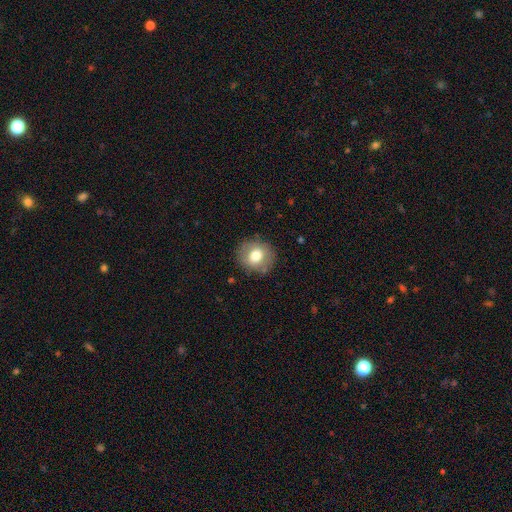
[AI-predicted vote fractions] Morphology: type=smooth (73%); roundness=round (83%); merging=none (84%).